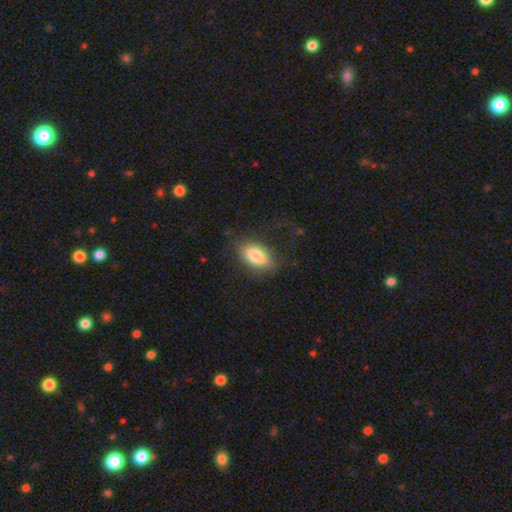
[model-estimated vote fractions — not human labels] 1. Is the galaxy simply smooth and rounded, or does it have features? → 79% smooth, 14% featured or disk, 7% star or artifact.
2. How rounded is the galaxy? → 91% in between, 5% round, 4% cigar-shaped.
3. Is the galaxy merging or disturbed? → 69% none, 18% minor disturbance, 11% major disturbance, 1% merger.